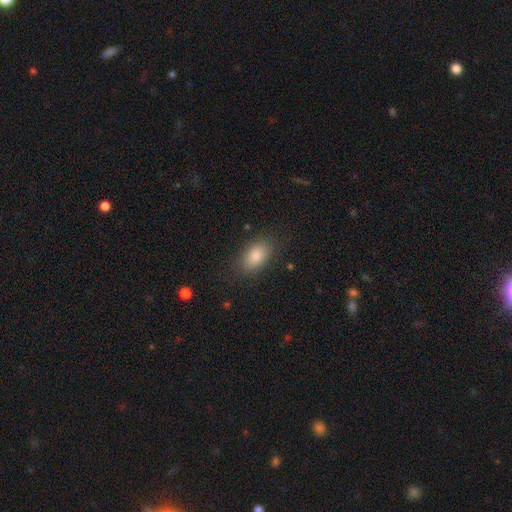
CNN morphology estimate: smooth 84%, star or artifact 8%, featured or disk 8%. Down the decision tree: how rounded — in between (90%); merging — none (83%).